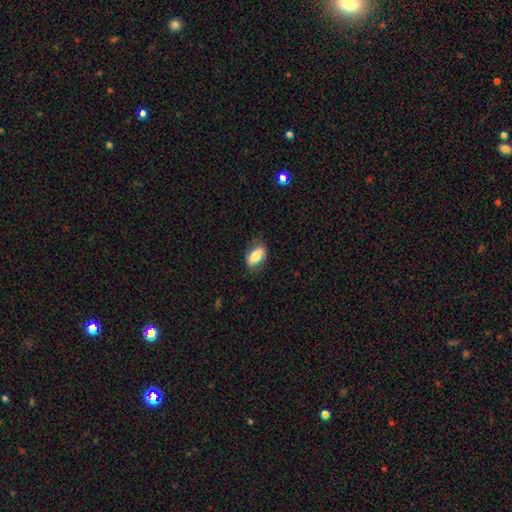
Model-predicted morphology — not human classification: smooth_or_featured: smooth (p=0.70) [alt: featured or disk p=0.23]
how_rounded: in between (p=0.86) [alt: cigar-shaped p=0.07]
merging: none (p=0.78) [alt: minor disturbance p=0.16]